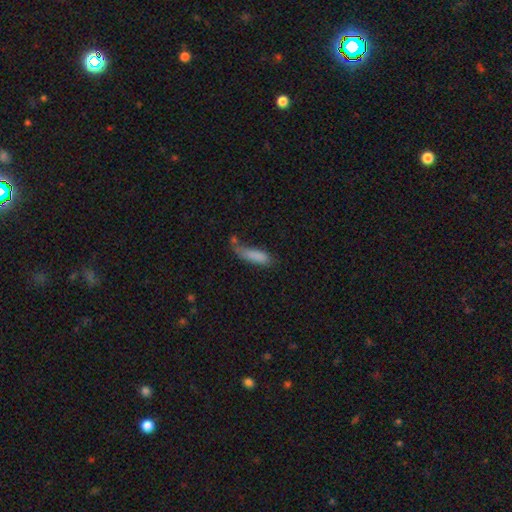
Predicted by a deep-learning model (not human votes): This appears to be a smooth galaxy with no disk features (82%) that is cigar-shaped (53%). Merging: none (42%).